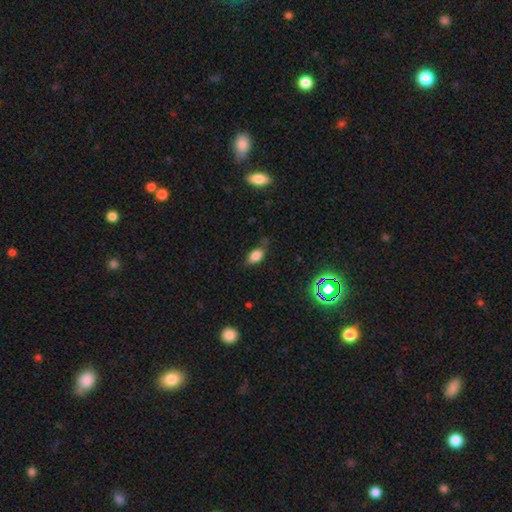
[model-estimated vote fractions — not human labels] smooth-or-featured: smooth: 80% | star or artifact: 12% | featured or disk: 8%
  how-rounded: in between: 89% | round: 9% | cigar-shaped: 3%
  merging: none: 64% | minor disturbance: 26% | major disturbance: 7% | merger: 3%